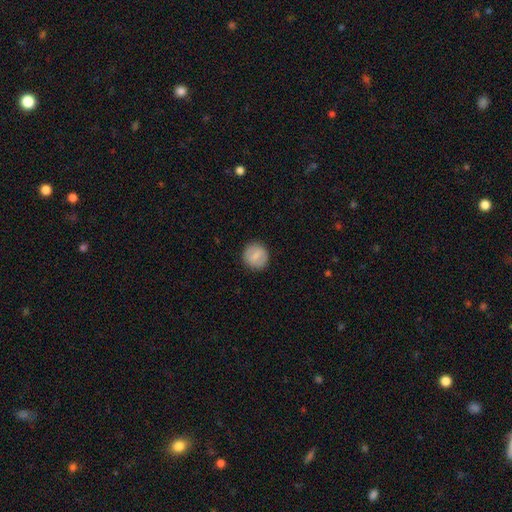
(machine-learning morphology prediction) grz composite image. It shows a smooth galaxy with no disk features (73%) that is round (92%). Merging: none (90%).